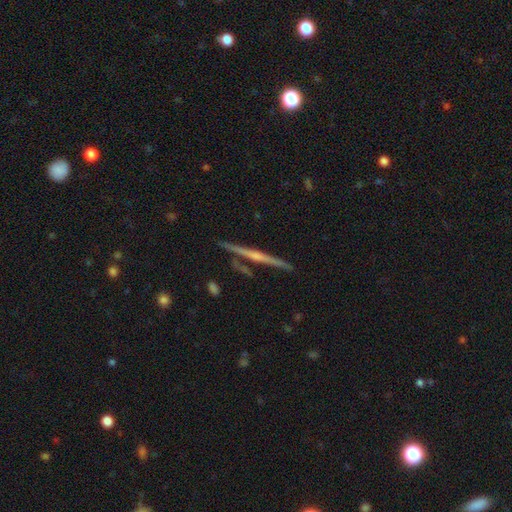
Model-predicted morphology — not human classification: Smooth or featured? featured or disk (75%)
Edge-on disk? yes (97%)
Edge-on bulge? rounded (67%)
Merging? none (83%)